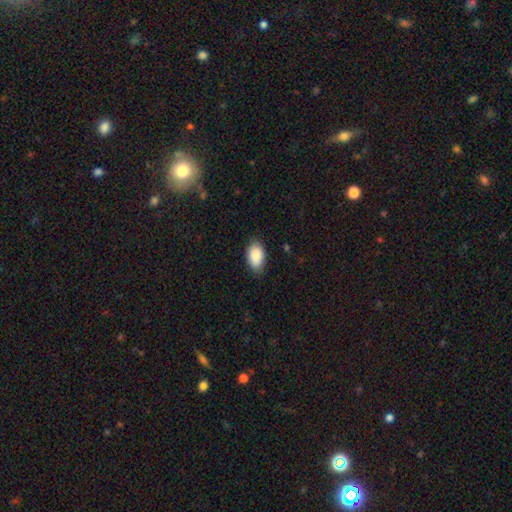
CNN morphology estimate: smooth-or-featured: smooth: 89% | star or artifact: 6% | featured or disk: 5%
  how-rounded: in between: 93% | round: 5% | cigar-shaped: 1%
  merging: none: 80% | minor disturbance: 16% | major disturbance: 3% | merger: 1%